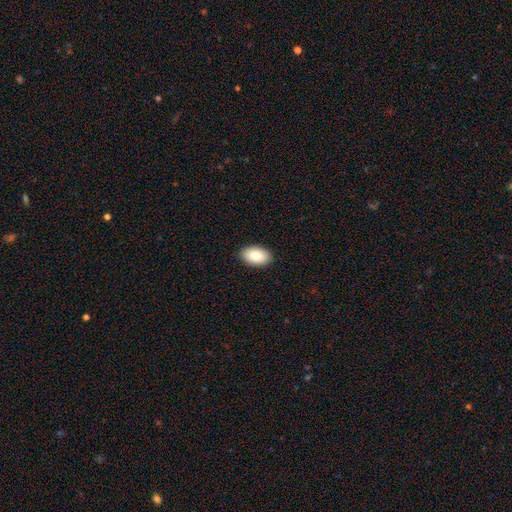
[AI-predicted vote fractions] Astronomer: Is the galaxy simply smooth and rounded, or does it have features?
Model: smooth — 89%.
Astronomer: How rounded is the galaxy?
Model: in between — 94%.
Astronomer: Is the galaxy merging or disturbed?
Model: none — 90%.